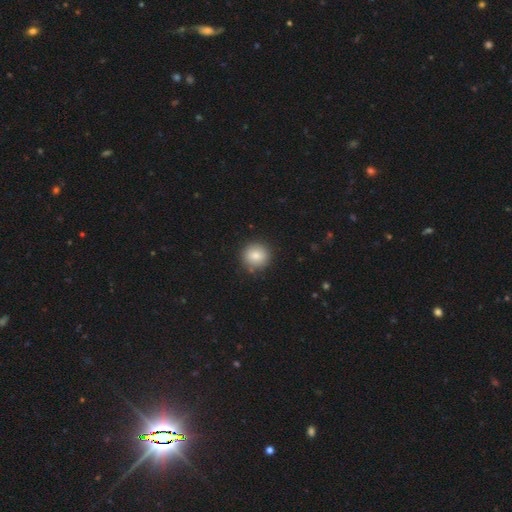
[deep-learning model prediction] The model was most divided on "smooth or featured": smooth: 84%, star or artifact: 9%, featured or disk: 7%. More confident: how rounded — round (92%); merging — none (88%).